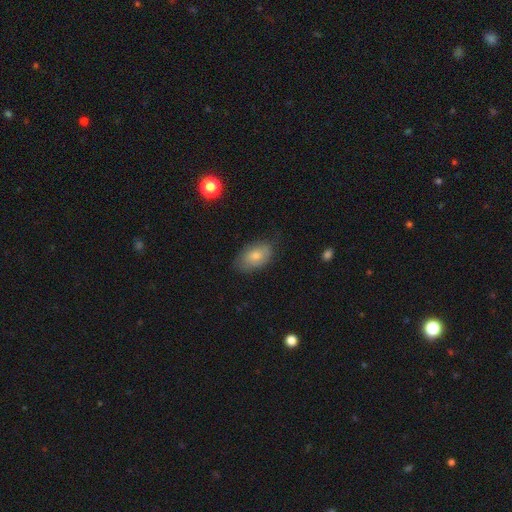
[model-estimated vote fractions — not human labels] Morphology: type=smooth (67%); roundness=in between (90%); merging=none (74%).